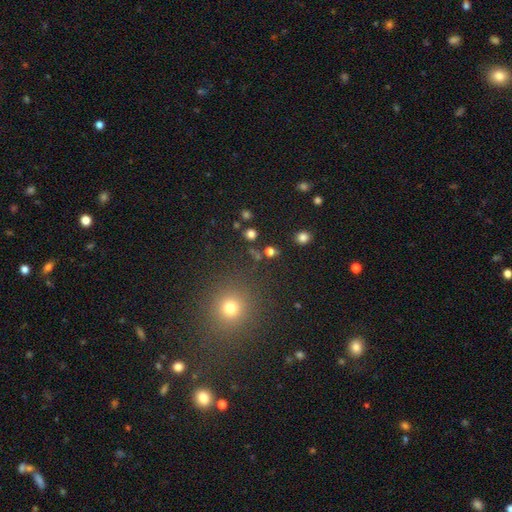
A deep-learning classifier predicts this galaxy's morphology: This appears to be a smooth galaxy with no disk features (48%). Merging: none (87%).